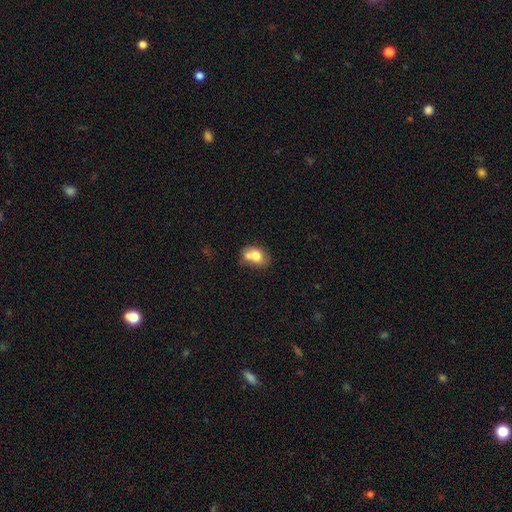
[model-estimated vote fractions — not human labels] smooth-or-featured: smooth: 71% | featured or disk: 20% | star or artifact: 9%
  how-rounded: in between: 67% | round: 32% | cigar-shaped: 1%
  merging: merger: 49% | none: 31% | minor disturbance: 14% | major disturbance: 6%